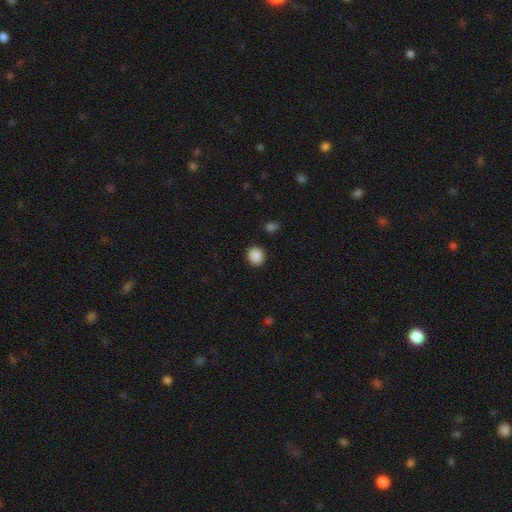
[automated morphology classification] This is clearly a smooth galaxy (89%). How rounded: clearly round (82%). Merging: clearly none (90%).